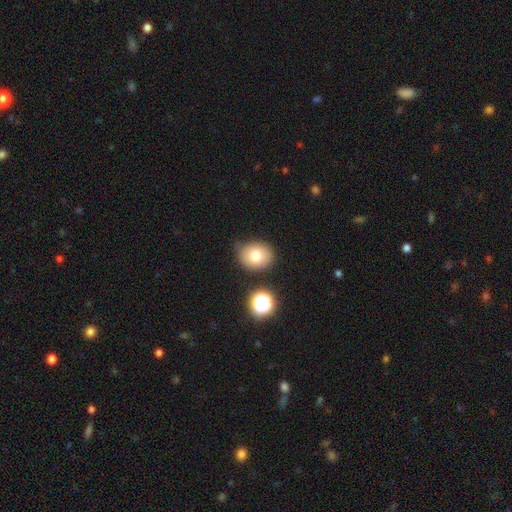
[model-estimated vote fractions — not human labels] smooth 75%, featured or disk 13%, star or artifact 12%. Down the decision tree: how rounded — round (59%); merging — none (76%).